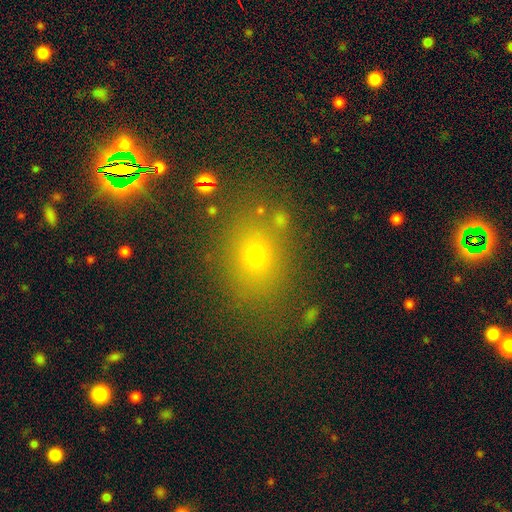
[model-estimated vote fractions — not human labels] Smooth or featured? Predicted: smooth (p=0.64). How rounded? Predicted: round (p=0.50). Merging? Predicted: none (p=0.79).